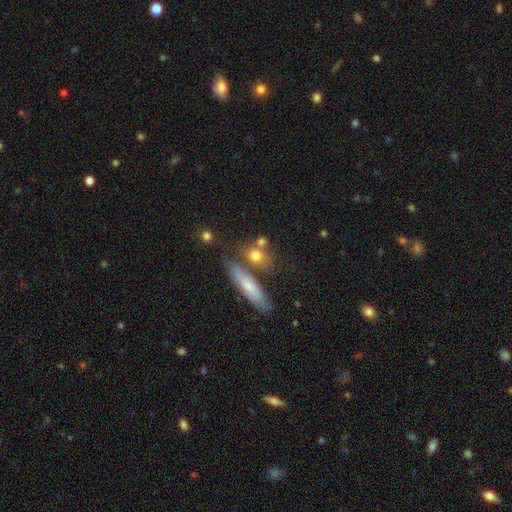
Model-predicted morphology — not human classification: smooth-or-featured: smooth: 74% | featured or disk: 16% | star or artifact: 10%
  how-rounded: round: 49% | in between: 30% | cigar-shaped: 20%
  merging: none: 62% | merger: 20% | minor disturbance: 13% | major disturbance: 5%